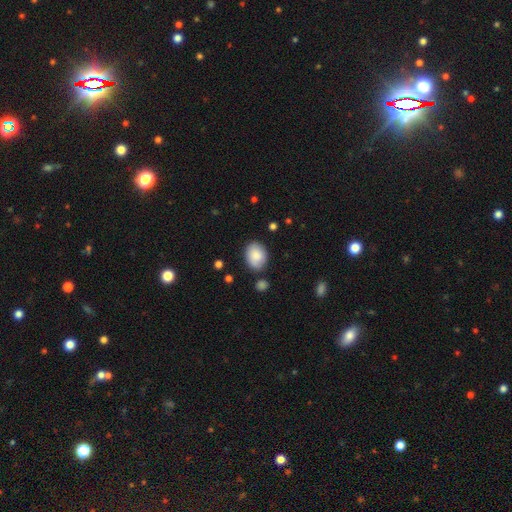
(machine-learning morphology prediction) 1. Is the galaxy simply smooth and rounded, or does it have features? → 83% smooth, 10% featured or disk, 7% star or artifact.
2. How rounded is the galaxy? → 63% in between, 36% round, 1% cigar-shaped.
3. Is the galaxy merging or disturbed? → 79% none, 15% minor disturbance, 3% merger, 3% major disturbance.